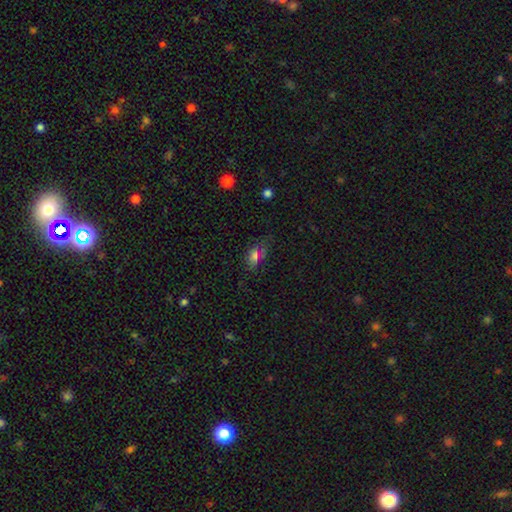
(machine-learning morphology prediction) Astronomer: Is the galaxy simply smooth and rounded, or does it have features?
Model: smooth — 62%.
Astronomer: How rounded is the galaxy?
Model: in between — 85%.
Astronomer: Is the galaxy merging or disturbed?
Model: none — 66%.